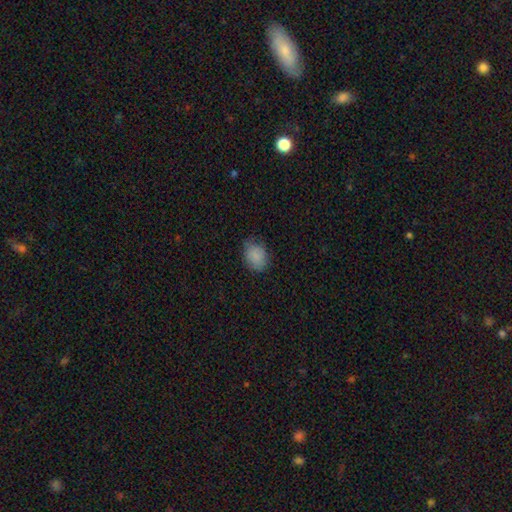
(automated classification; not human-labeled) Overall: smooth (86%). How rounded: in between (59%; round 40%). Merging: none (70%).